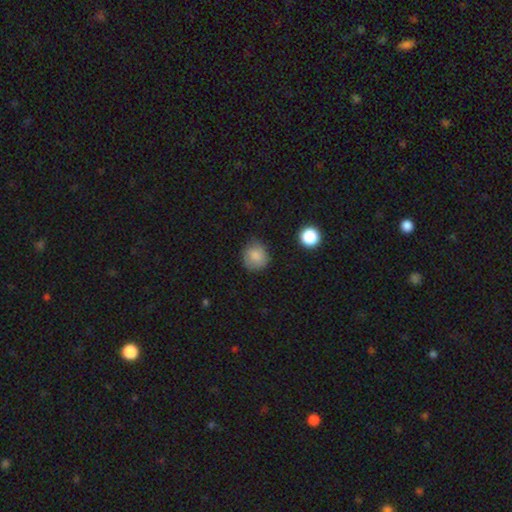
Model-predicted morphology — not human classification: Q: Smooth or featured?
A: smooth (84%); runner-up: star or artifact (9%)
Q: How rounded?
A: round (85%); runner-up: in between (14%)
Q: Merging?
A: none (74%); runner-up: minor disturbance (20%)